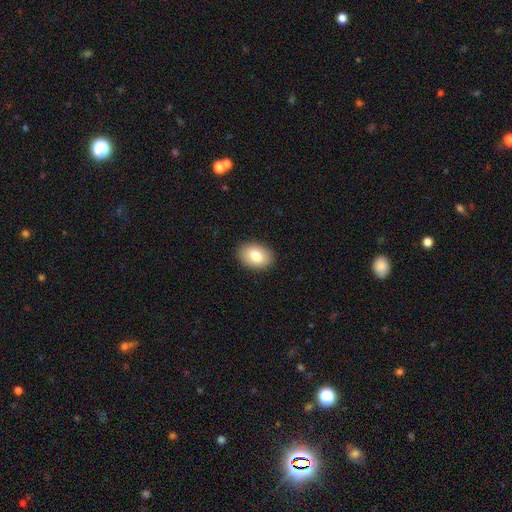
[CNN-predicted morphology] Smooth or featured? smooth (81%)
How rounded? in between (81%)
Merging? none (90%)